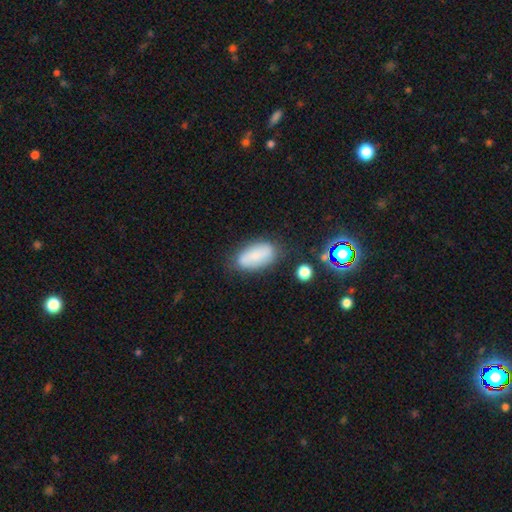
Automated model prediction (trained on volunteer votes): Smooth or featured? smooth (72%)
How rounded? in between (91%)
Merging? none (74%)